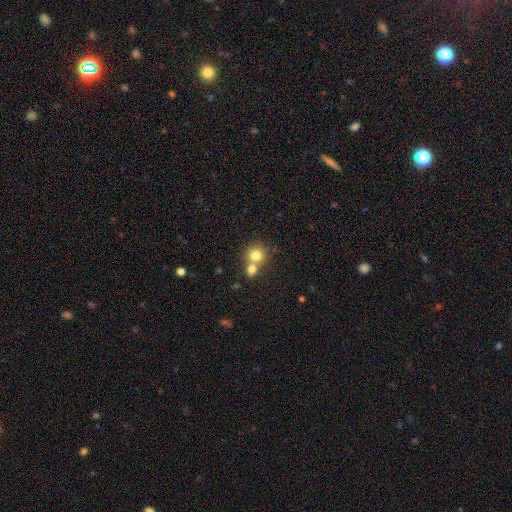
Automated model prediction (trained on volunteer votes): Morphology: type=smooth (78%); roundness=round (85%); merging=merger (50%).